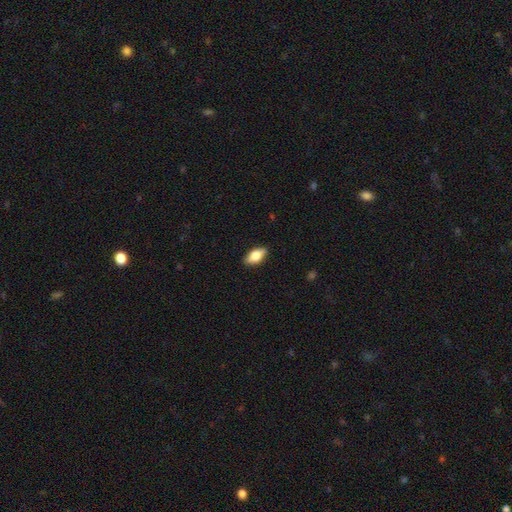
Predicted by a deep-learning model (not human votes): Smooth or featured: smooth — 75% (featured or disk — 18%)
How rounded: in between — 88% (cigar-shaped — 8%)
Merging: none — 86% (minor disturbance — 11%)